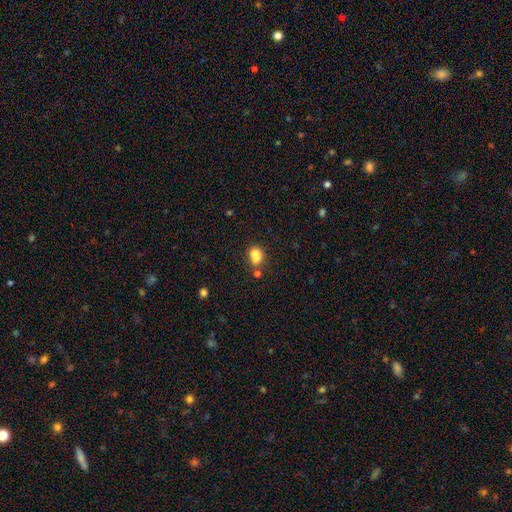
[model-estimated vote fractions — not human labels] Morphology: type=smooth (73%); roundness=round (56%); merging=merger (51%).